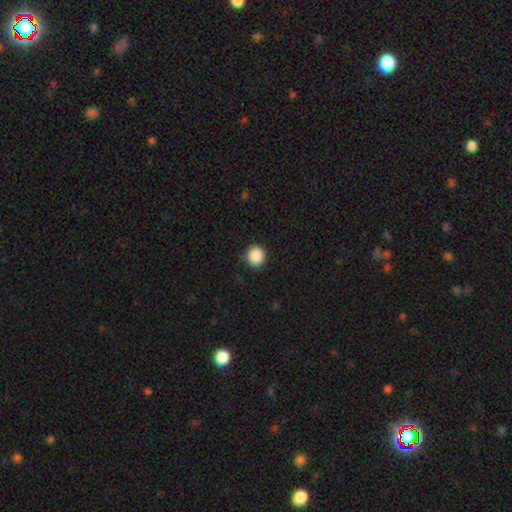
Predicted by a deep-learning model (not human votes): smooth-or-featured: smooth: 89% | star or artifact: 9% | featured or disk: 2%
  how-rounded: round: 93% | in between: 6% | cigar-shaped: 1%
  merging: none: 91% | minor disturbance: 6% | major disturbance: 2% | merger: 1%